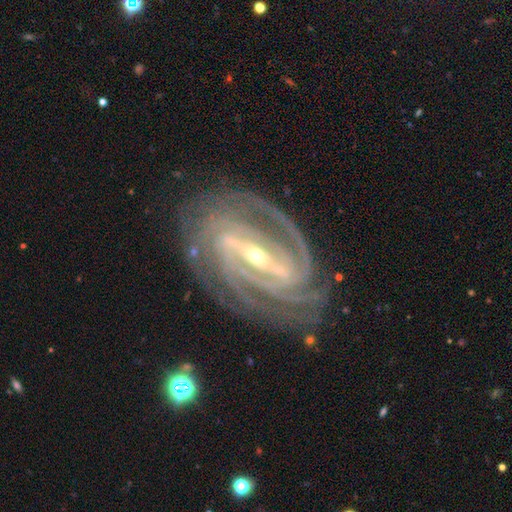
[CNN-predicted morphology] Smooth or featured: featured or disk — 93% (star or artifact — 5%)
Edge-on disk: no — 95% (yes — 5%)
Bar: strong — 79% (weak — 16%)
Spiral arms: yes — 98% (no — 2%)
Spiral winding: tight — 73% (medium — 24%)
Spiral arm count: 3 — 26% (tied with 2 — 26%)
Bulge size: small — 61% (moderate — 36%)
Merging: none — 81% (minor disturbance — 13%)